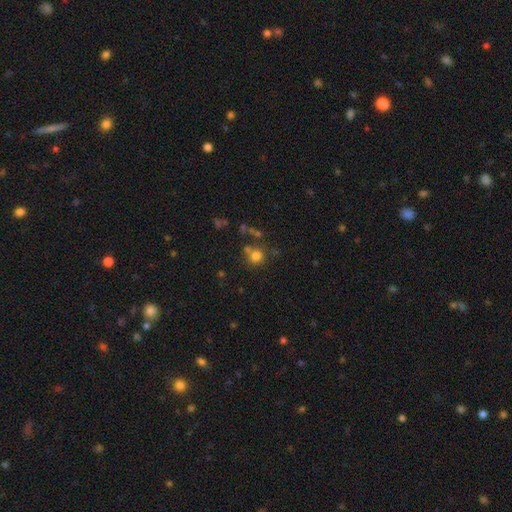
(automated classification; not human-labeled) smooth 76%, star or artifact 15%, featured or disk 9%. Down the decision tree: how rounded — round (89%); merging — none (65%).